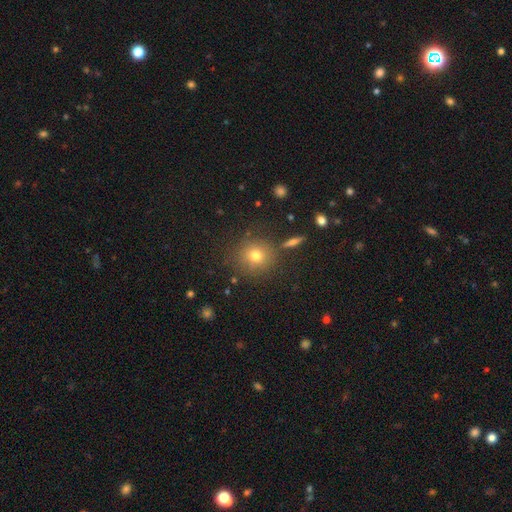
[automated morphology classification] smooth-or-featured: smooth: 73% | star or artifact: 16% | featured or disk: 11%
  how-rounded: round: 90% | in between: 9% | cigar-shaped: 1%
  merging: none: 83% | minor disturbance: 9% | merger: 4% | major disturbance: 4%